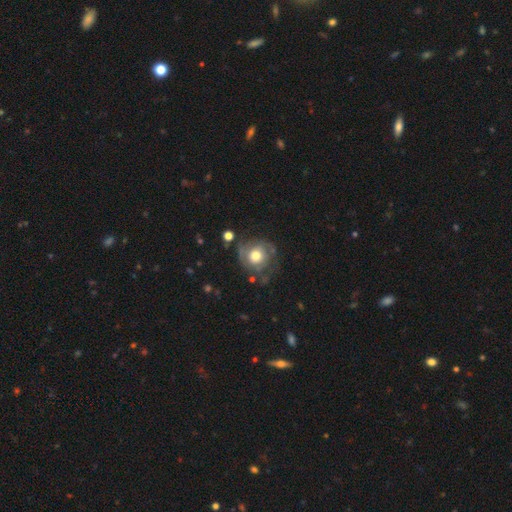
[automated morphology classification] Smooth or featured? featured or disk (48%)
Merging? none (57%)